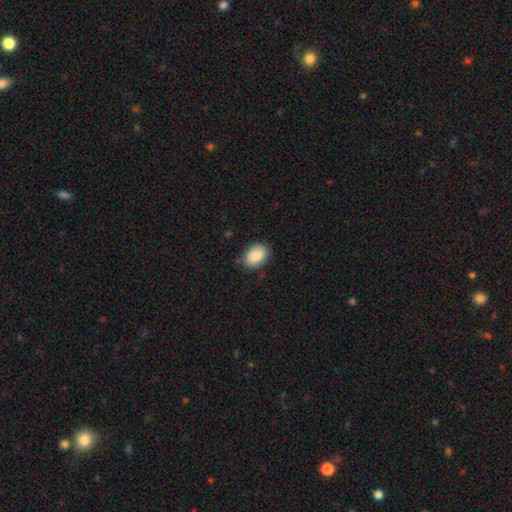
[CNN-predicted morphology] smooth_or_featured: smooth (p=0.86) [alt: star or artifact p=0.07]
how_rounded: in between (p=0.80) [alt: round p=0.19]
merging: none (p=0.80) [alt: minor disturbance p=0.16]